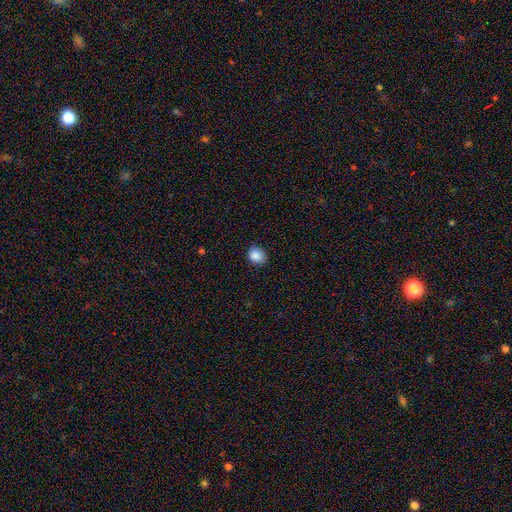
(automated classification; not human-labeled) The model was most divided on "how rounded": round: 70%, in between: 29%, cigar-shaped: 1%. More confident: smooth or featured — smooth (87%); merging — none (84%).